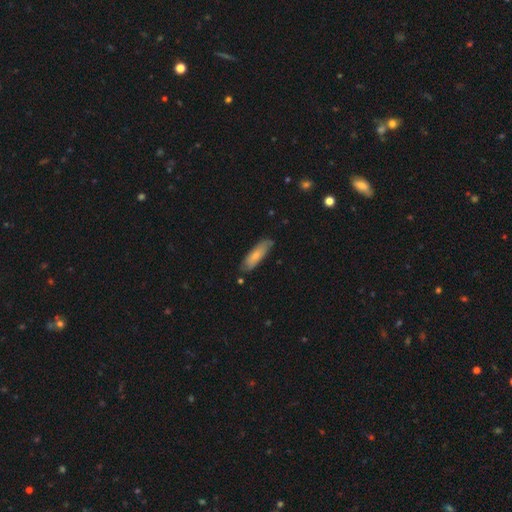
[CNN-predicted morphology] This appears to be a smooth galaxy with no disk features (70%) that is cigar-shaped (52%). Merging: none (76%).